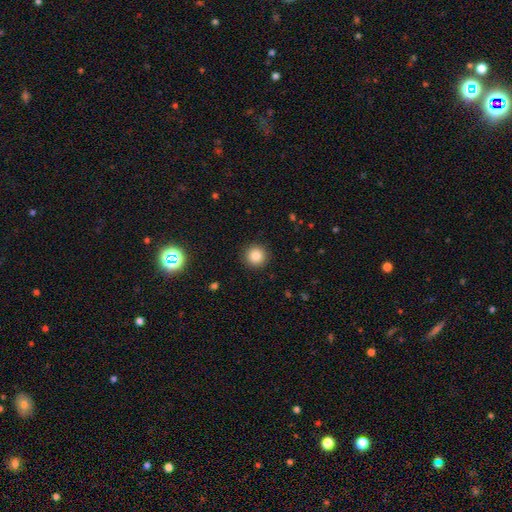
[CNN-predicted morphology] Smooth or featured? smooth (85%)
How rounded? round (95%)
Merging? none (92%)